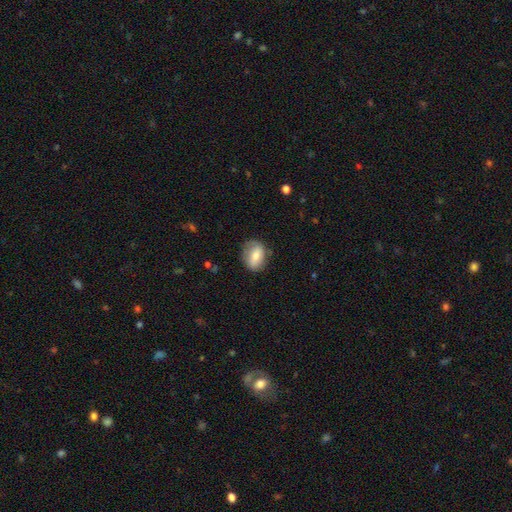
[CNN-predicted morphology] The model was most divided on "how rounded": in between: 59%, round: 39%, cigar-shaped: 2%. More confident: merging — none (74%); smooth or featured — smooth (65%).